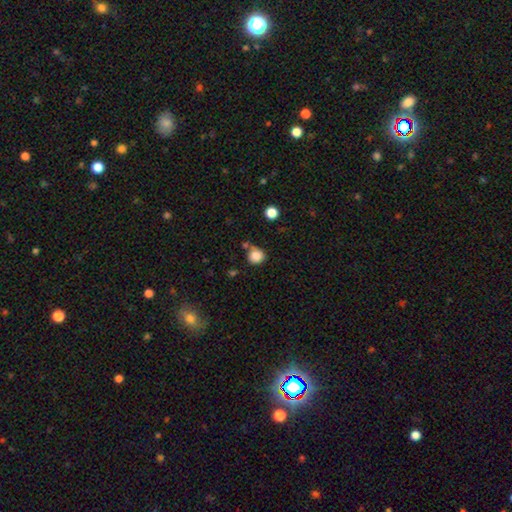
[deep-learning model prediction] Overall: smooth (85%). How rounded: round (87%). Merging: none (67%).